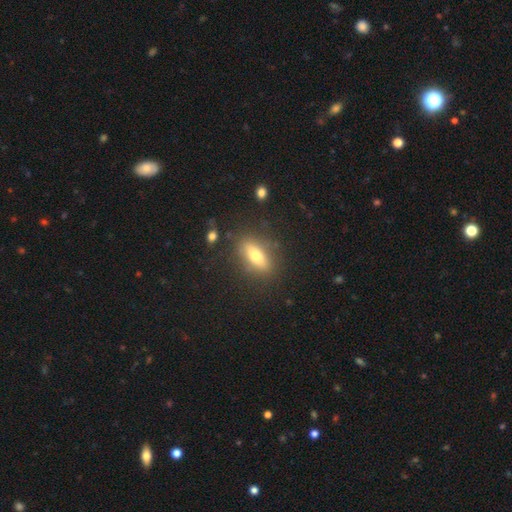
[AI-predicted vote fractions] smooth 65%, featured or disk 26%, star or artifact 9%. Down the decision tree: how rounded — in between (66%); merging — none (82%).